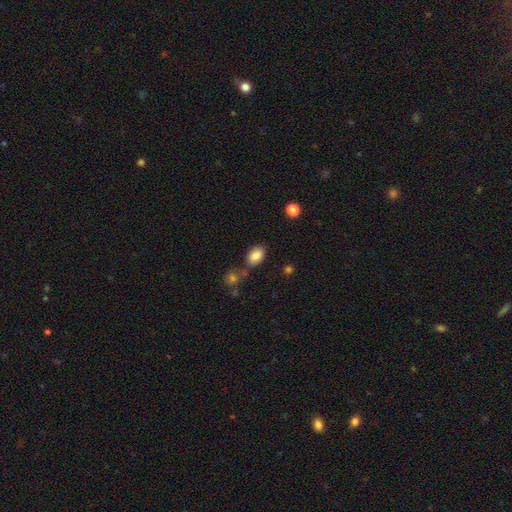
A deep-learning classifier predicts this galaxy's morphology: This is clearly a smooth galaxy (85%). How rounded: clearly in between (85%). Merging: likely none (70%).